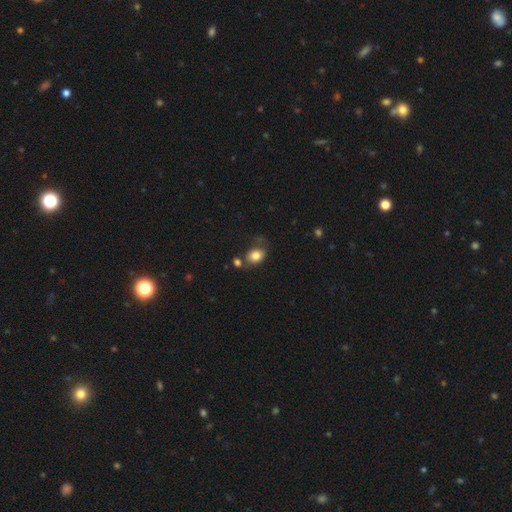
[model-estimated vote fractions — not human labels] Overall: smooth (81%). How rounded: in between (64%; round 35%). Merging: none (59%).